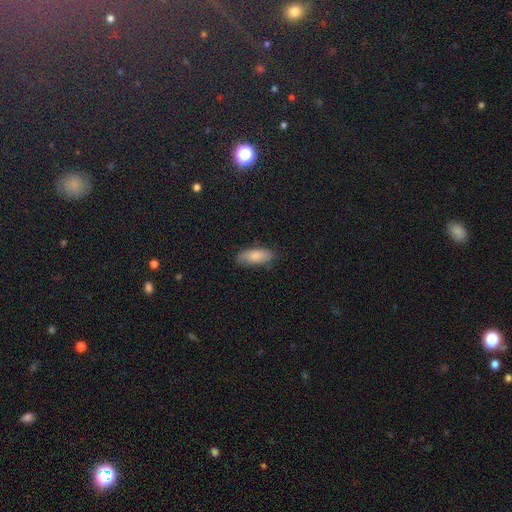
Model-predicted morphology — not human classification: smooth_or_featured: smooth (p=0.84) [alt: featured or disk p=0.09]
how_rounded: in between (p=0.77) [alt: cigar-shaped p=0.21]
merging: none (p=0.81) [alt: minor disturbance p=0.15]